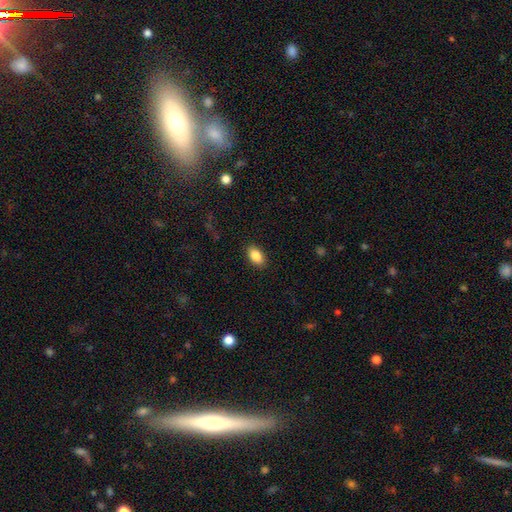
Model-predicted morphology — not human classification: type=smooth (87%); roundness=in between (92%); merging=none (89%).